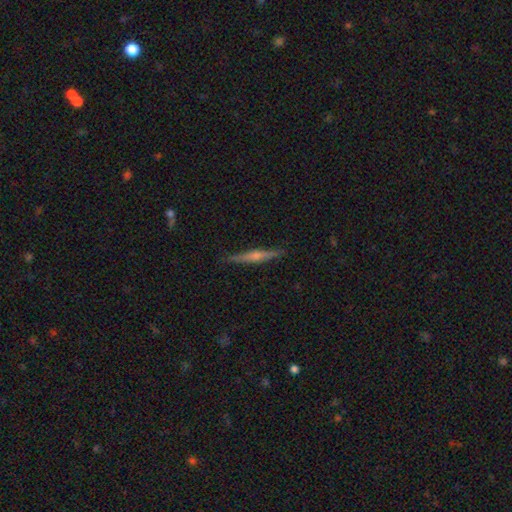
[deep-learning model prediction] A featured or disk galaxy (67%) viewed edge-on (96%) with a rounded central bulge (78%).

Vote fractions:
- Smooth or featured? featured or disk: 67% / smooth: 23% / star or artifact: 10%
- Edge-on disk? yes: 96% / no: 4%
- Edge-on bulge? rounded: 78% / none: 14% / boxy: 8%
- Merging? none: 89% / minor disturbance: 8% / major disturbance: 2% / merger: 1%